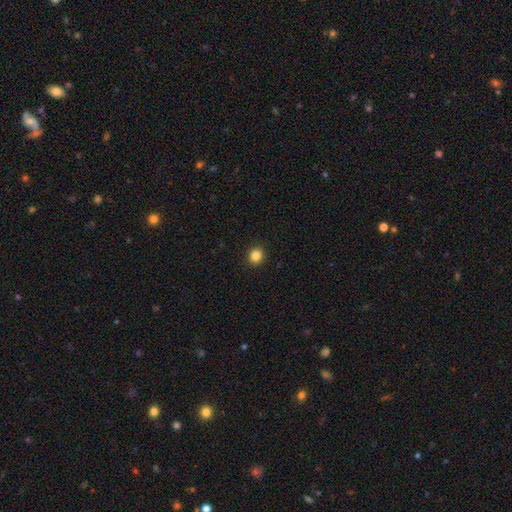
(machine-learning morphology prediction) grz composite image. It shows a smooth galaxy with no disk features (85%) that is round (85%). Merging: none (92%).